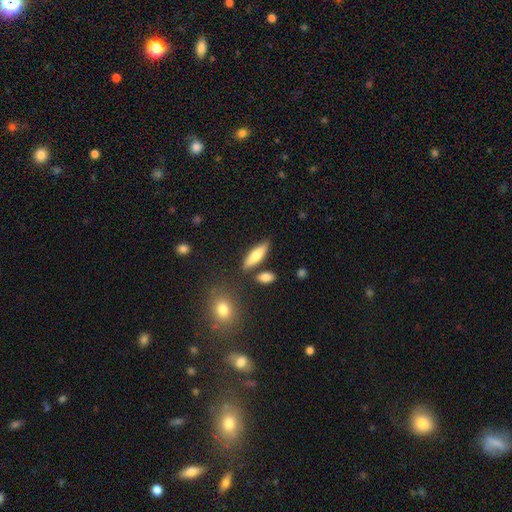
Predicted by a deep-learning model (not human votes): Morphology: type=smooth (76%); roundness=cigar-shaped (52%); merging=none (76%).